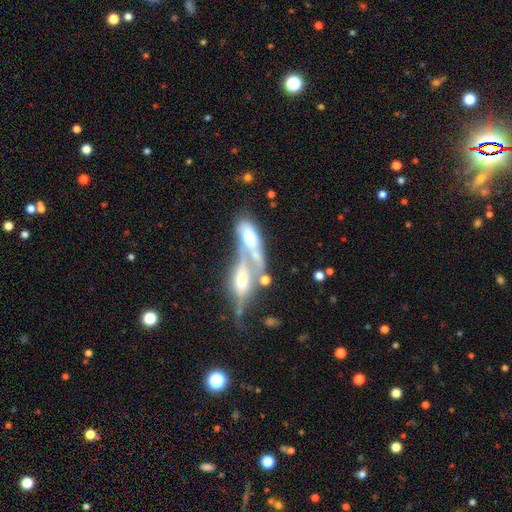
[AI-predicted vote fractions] Smooth or featured: featured or disk — 47% (smooth — 44%)
Merging: merger — 67% (none — 13%)